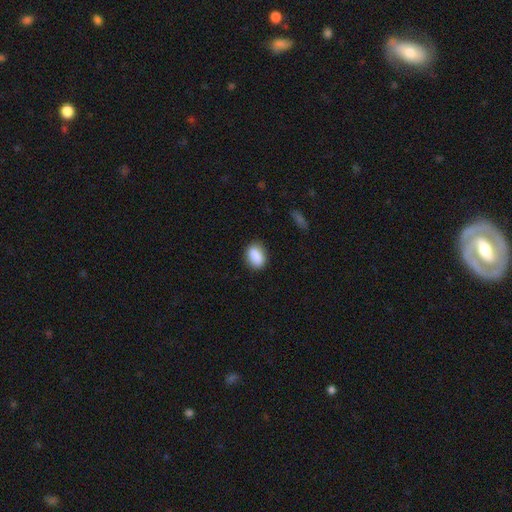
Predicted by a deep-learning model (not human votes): A smooth galaxy with no disk features (87%) that is in between round and cigar-shaped (80%). Merging: none (81%).